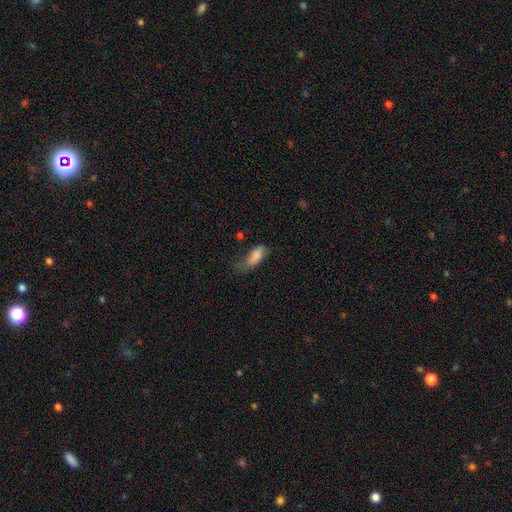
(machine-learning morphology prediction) Q: Smooth or featured?
A: smooth (79%); runner-up: featured or disk (13%)
Q: How rounded?
A: in between (82%); runner-up: cigar-shaped (16%)
Q: Merging?
A: minor disturbance (34%); runner-up: major disturbance (33%)